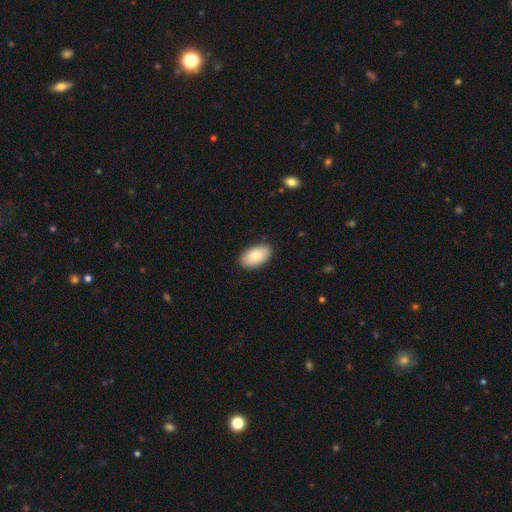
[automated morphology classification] type=smooth (85%); roundness=in between (95%); merging=none (87%).